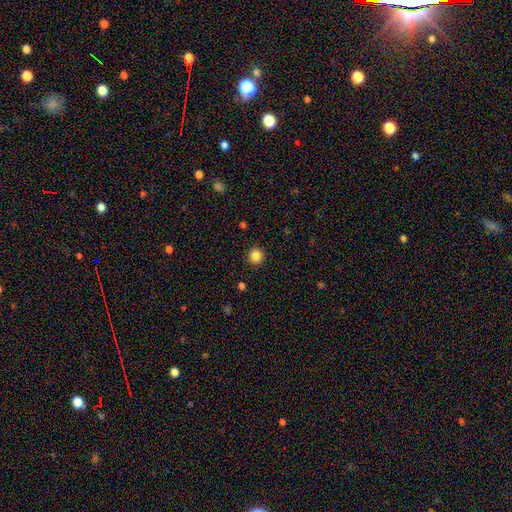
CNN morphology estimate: smooth-or-featured: smooth: 85% | star or artifact: 11% | featured or disk: 4%
  how-rounded: round: 94% | in between: 5% | cigar-shaped: 1%
  merging: none: 92% | minor disturbance: 5% | major disturbance: 2% | merger: 1%